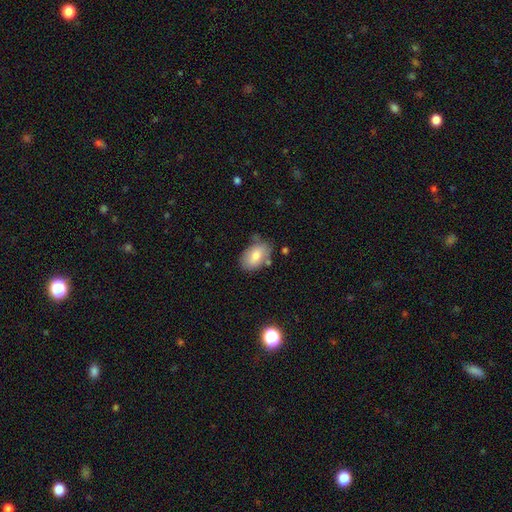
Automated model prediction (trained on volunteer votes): smooth 78%, featured or disk 15%, star or artifact 7%. Down the decision tree: how rounded — in between (88%); merging — none (67%).